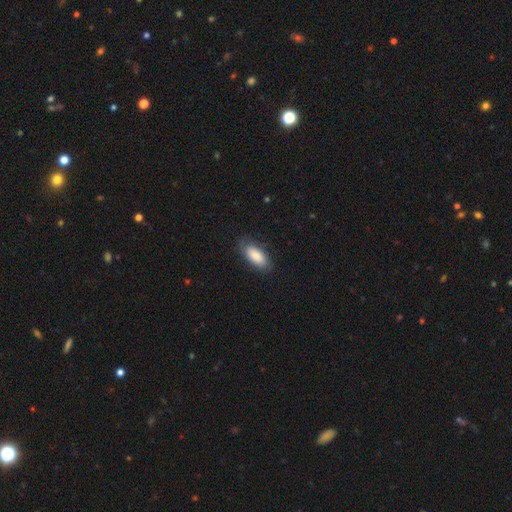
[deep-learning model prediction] Smooth or featured: smooth — 83% (featured or disk — 11%)
How rounded: in between — 88% (cigar-shaped — 10%)
Merging: none — 77% (minor disturbance — 17%)